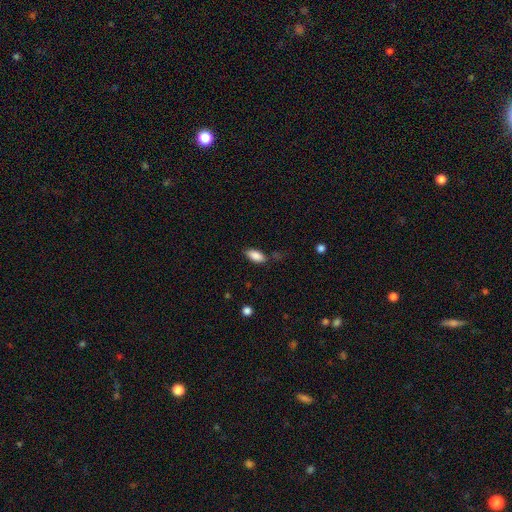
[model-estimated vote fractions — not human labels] This is clearly a smooth galaxy (87%). How rounded: clearly in between (90%). Merging: likely none (74%).